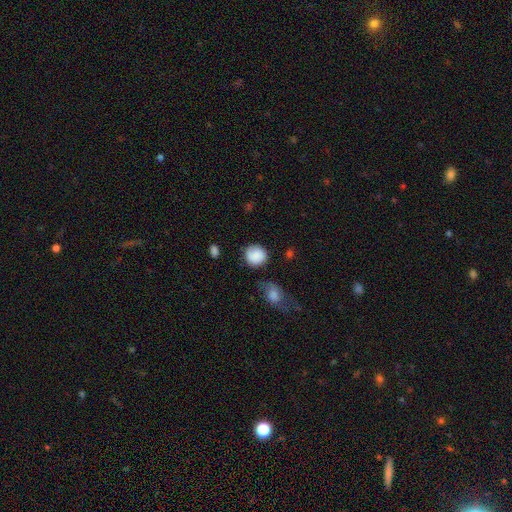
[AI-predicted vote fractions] Smooth or featured: smooth — 83% (featured or disk — 9%)
How rounded: round — 85% (in between — 14%)
Merging: none — 69% (minor disturbance — 20%)